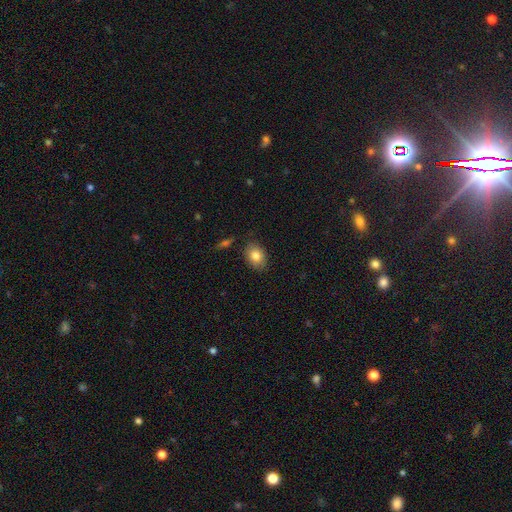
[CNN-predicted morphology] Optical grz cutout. It shows a smooth galaxy with no disk features (83%) that is in between round and cigar-shaped (76%). Merging: none (82%).